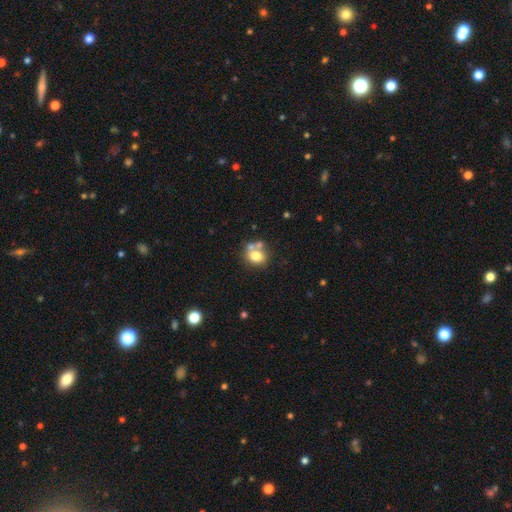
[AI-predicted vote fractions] This is likely a smooth galaxy (72%). How rounded: possibly round (54%). Merging: possibly none (46%).